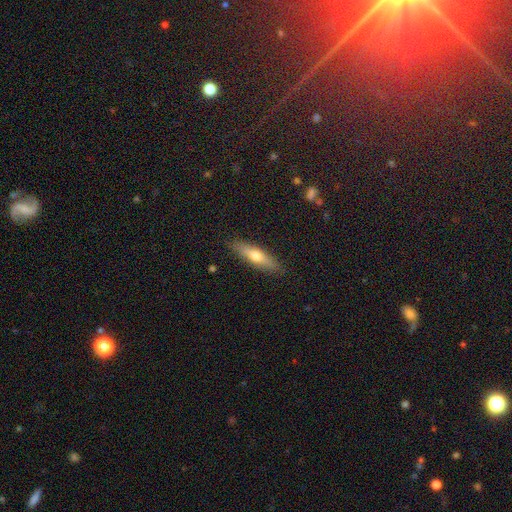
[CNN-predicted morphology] smooth_or_featured: smooth (p=0.59) [alt: featured or disk p=0.35]
how_rounded: cigar-shaped (p=0.72) [alt: in between p=0.26]
merging: none (p=0.88) [alt: minor disturbance p=0.09]